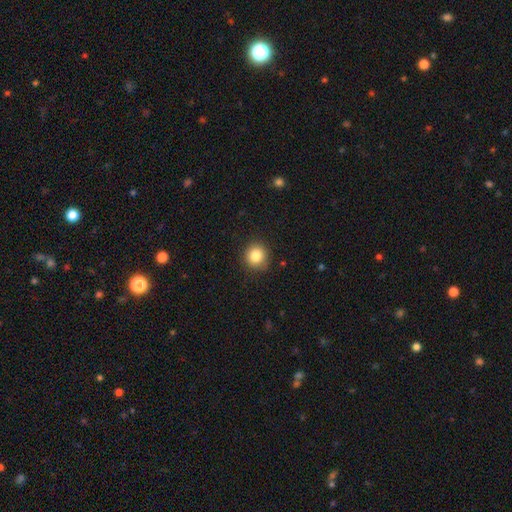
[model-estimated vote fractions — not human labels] Q: Smooth or featured?
A: smooth (85%); runner-up: star or artifact (10%)
Q: How rounded?
A: round (90%); runner-up: in between (9%)
Q: Merging?
A: none (89%); runner-up: minor disturbance (8%)